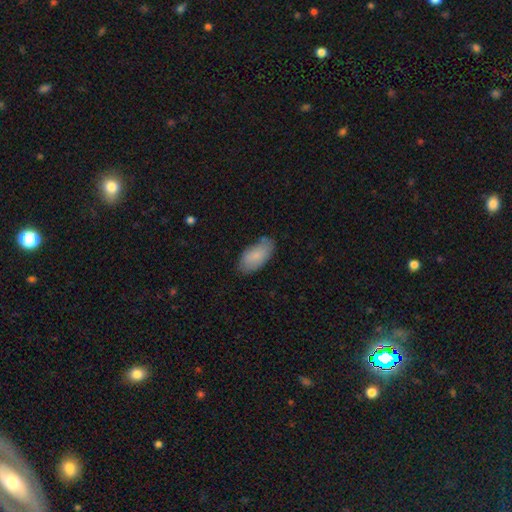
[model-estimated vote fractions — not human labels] This appears to be a smooth galaxy with no disk features (83%) that is in between round and cigar-shaped (94%). Merging: none (74%).